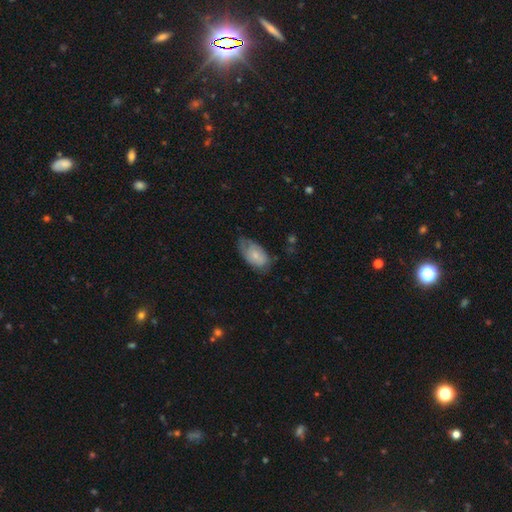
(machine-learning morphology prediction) Smooth or featured? Predicted: smooth (p=0.62). How rounded? Predicted: in between (p=0.92). Merging? Predicted: none (p=0.43).